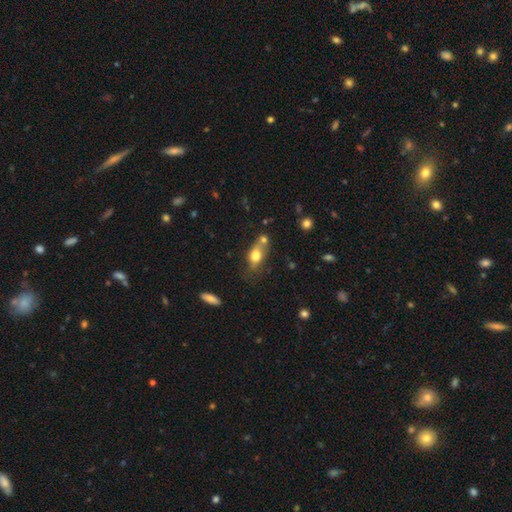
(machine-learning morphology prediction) smooth-or-featured: smooth: 73% | featured or disk: 19% | star or artifact: 9%
  how-rounded: in between: 72% | round: 18% | cigar-shaped: 10%
  merging: none: 37% | merger: 33% | minor disturbance: 20% | major disturbance: 10%